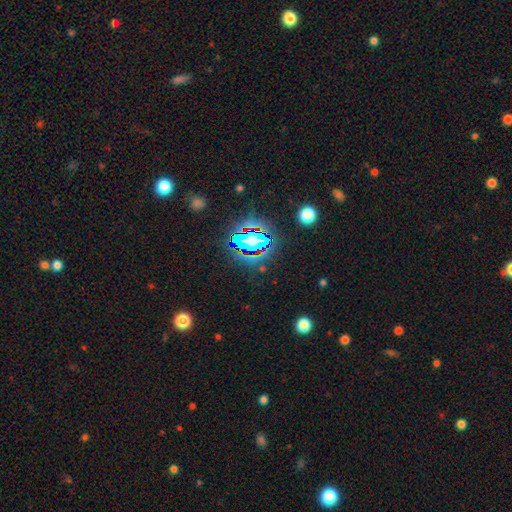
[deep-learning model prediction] The model was most divided on "smooth or featured": star or artifact: 82%, smooth: 11%, featured or disk: 7%.